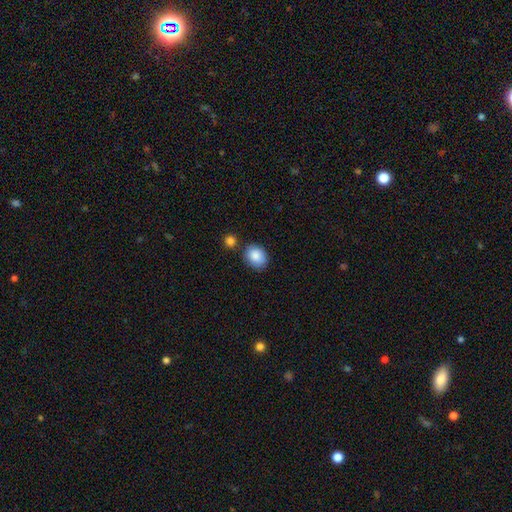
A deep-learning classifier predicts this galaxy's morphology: type=smooth (87%); roundness=in between (50%); merging=none (72%).